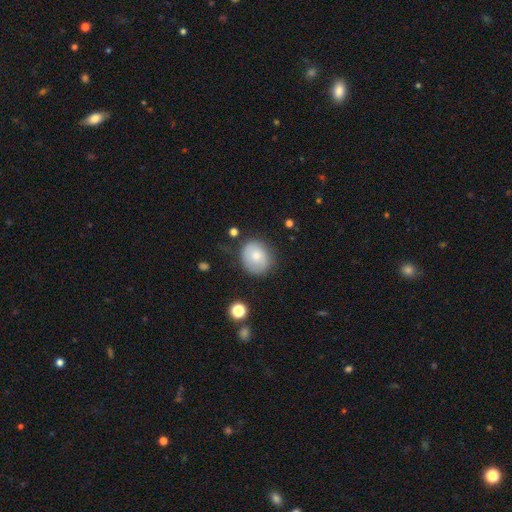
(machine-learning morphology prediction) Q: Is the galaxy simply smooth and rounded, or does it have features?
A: smooth — 72%.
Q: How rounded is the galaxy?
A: round — 65%.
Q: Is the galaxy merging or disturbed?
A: none — 74%.